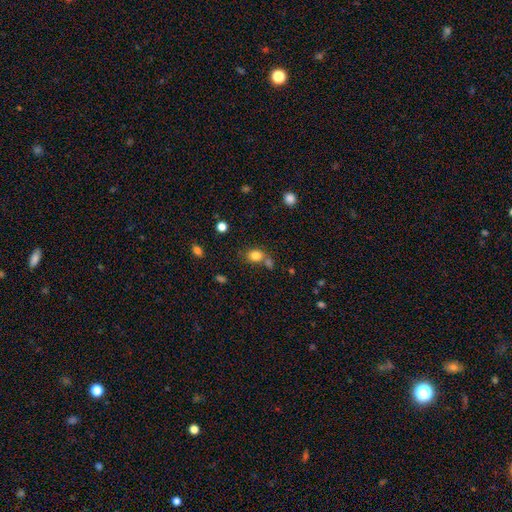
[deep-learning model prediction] Smooth or featured? smooth (81%)
How rounded? in between (55%)
Merging? none (51%)